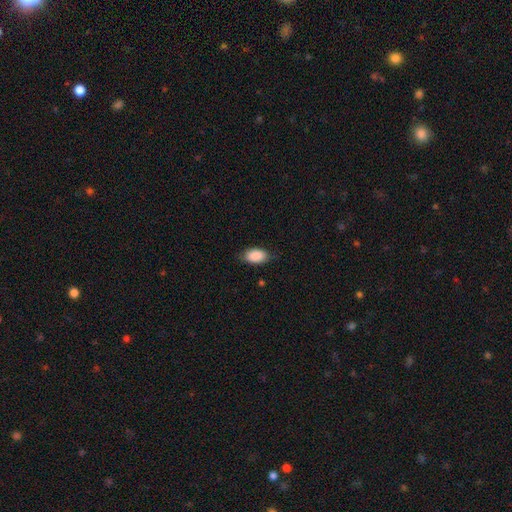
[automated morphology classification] smooth_or_featured: smooth (p=0.89) [alt: star or artifact p=0.06]
how_rounded: in between (p=0.92) [alt: round p=0.06]
merging: none (p=0.76) [alt: minor disturbance p=0.19]